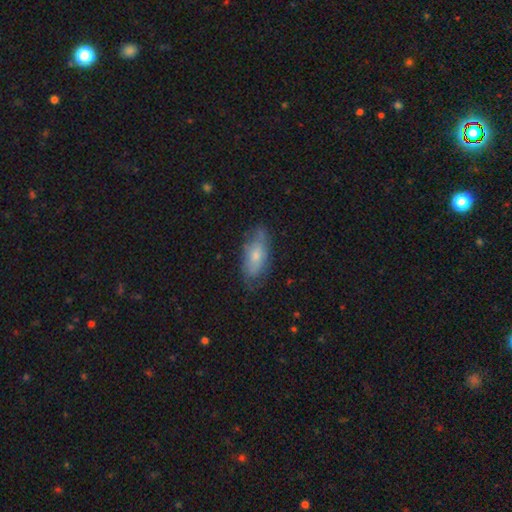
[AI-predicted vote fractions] The model was most divided on "smooth or featured": smooth: 55%, featured or disk: 37%, star or artifact: 8%. More confident: how rounded — in between (80%); merging — none (69%).